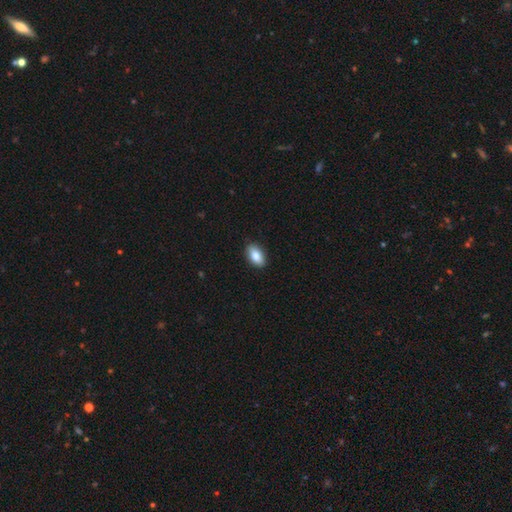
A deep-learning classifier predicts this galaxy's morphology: Smooth or featured: smooth — 84% (featured or disk — 9%)
How rounded: in between — 91% (round — 5%)
Merging: none — 89% (minor disturbance — 8%)